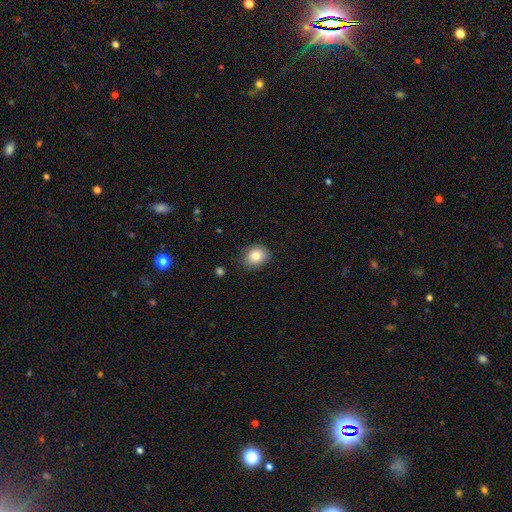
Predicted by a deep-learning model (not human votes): The model was most divided on "how rounded": in between: 56%, round: 43%, cigar-shaped: 1%. More confident: smooth or featured — smooth (85%); merging — none (80%).